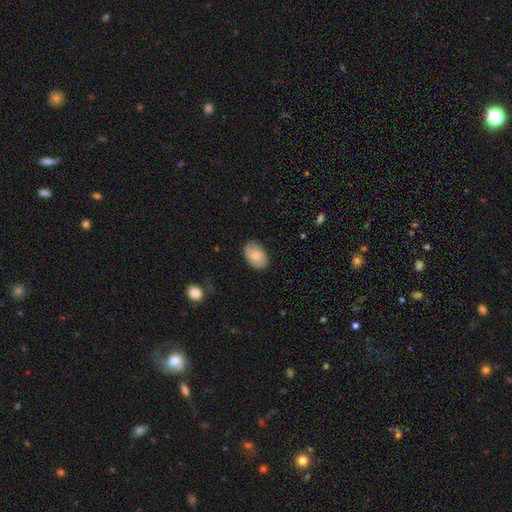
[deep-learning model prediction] A smooth galaxy with no disk features (81%) that is in between round and cigar-shaped (90%). Merging: none (82%).